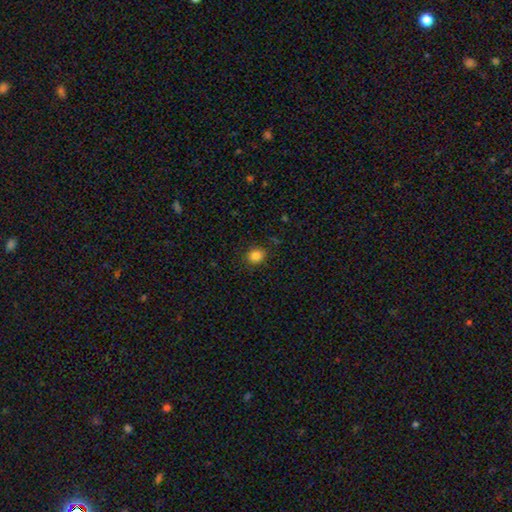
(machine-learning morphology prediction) Smooth or featured? Predicted: smooth (p=0.85). How rounded? Predicted: round (p=0.71). Merging? Predicted: none (p=0.87).